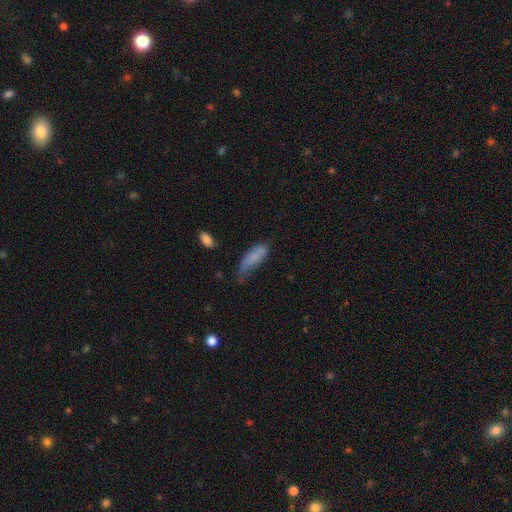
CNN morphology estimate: Overall: smooth (77%). How rounded: in between (67%; cigar-shaped 31%). Merging: minor disturbance (40%; none 32%).